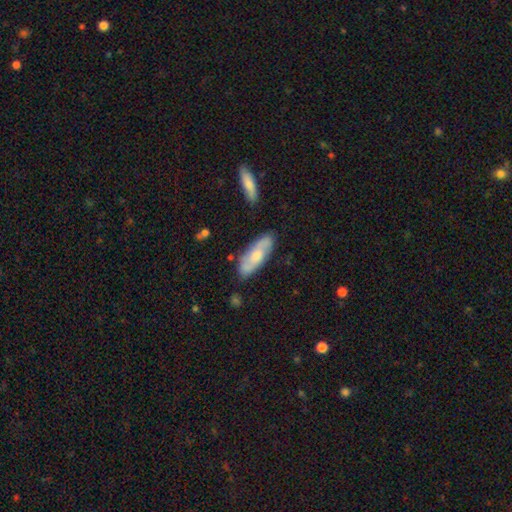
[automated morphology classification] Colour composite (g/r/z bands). It shows a smooth galaxy with no disk features (50%). Merging: none (79%).